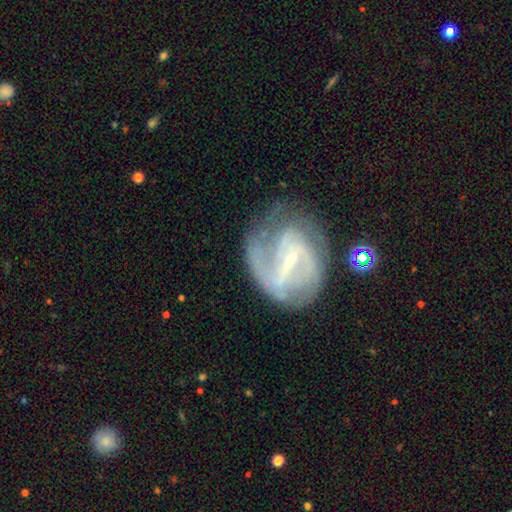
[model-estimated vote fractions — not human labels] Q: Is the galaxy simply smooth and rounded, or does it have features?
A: featured or disk — 82%.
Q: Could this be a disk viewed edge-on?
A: no — 97%.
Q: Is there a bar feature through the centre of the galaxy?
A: strong — 45%.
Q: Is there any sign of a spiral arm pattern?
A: yes — 88%.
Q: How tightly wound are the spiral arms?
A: medium — 42%.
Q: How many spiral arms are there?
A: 2 — 46%.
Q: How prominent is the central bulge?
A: small — 76%.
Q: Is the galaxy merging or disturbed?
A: none — 51%.